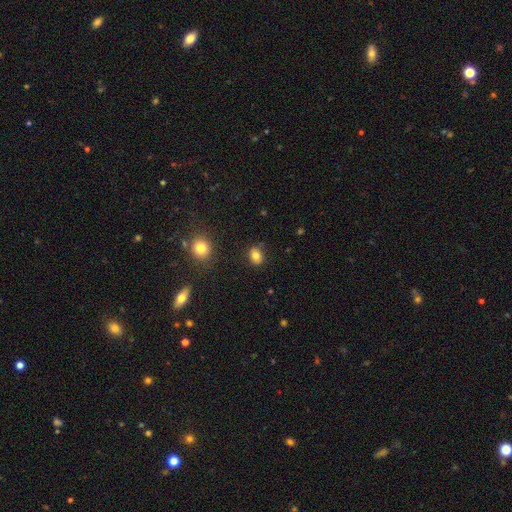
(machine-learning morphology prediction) Smooth or featured?
  - smooth: 81% *
  - star or artifact: 12%
  - featured or disk: 7%
How rounded?
  - in between: 50% *
  - round: 49%
  - cigar-shaped: 1%
Merging?
  - none: 83% *
  - minor disturbance: 12%
  - major disturbance: 3%
  - merger: 2%